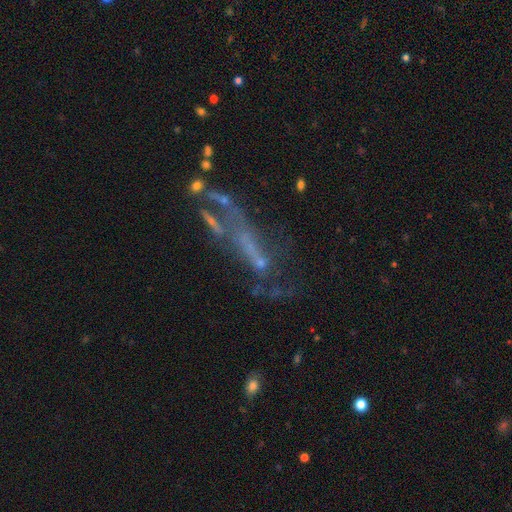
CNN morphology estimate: smooth_or_featured: featured or disk (p=0.60) [alt: star or artifact p=0.23]
disk_edge_on: no (p=0.83) [alt: yes p=0.17]
merging: major disturbance (p=0.37) [alt: none p=0.33]